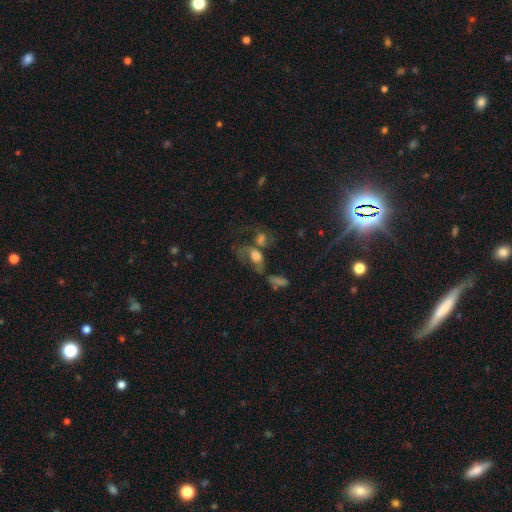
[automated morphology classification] This is possibly a smooth galaxy (52%). How rounded: likely in between (74%). Merging: possibly merger (47%).